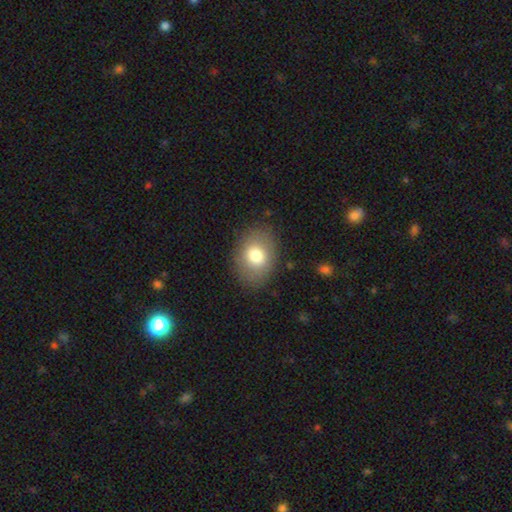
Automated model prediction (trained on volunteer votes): Smooth or featured: smooth — 77% (featured or disk — 14%)
How rounded: in between — 69% (round — 30%)
Merging: none — 84% (minor disturbance — 11%)